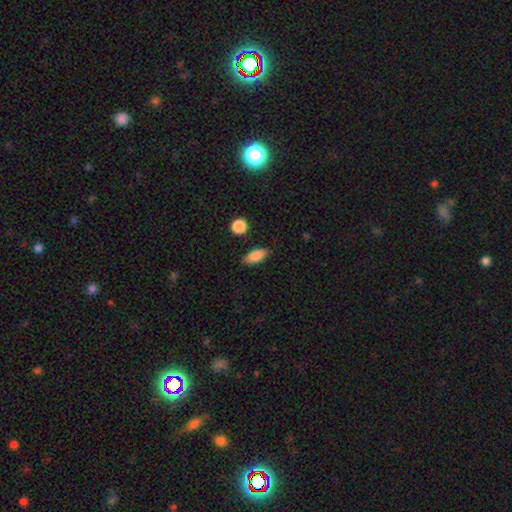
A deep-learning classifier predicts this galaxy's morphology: Smooth or featured? Predicted: smooth (p=0.85). How rounded? Predicted: in between (p=0.84). Merging? Predicted: none (p=0.84).